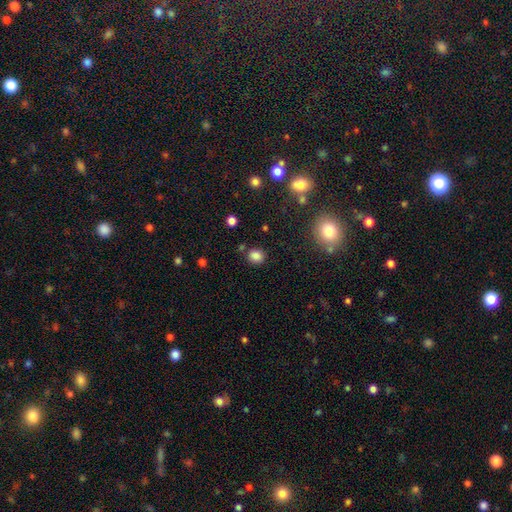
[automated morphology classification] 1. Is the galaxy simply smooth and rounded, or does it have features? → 82% smooth, 13% star or artifact, 5% featured or disk.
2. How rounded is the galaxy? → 74% round, 25% in between, 1% cigar-shaped.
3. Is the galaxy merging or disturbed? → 83% none, 9% minor disturbance, 5% merger, 3% major disturbance.